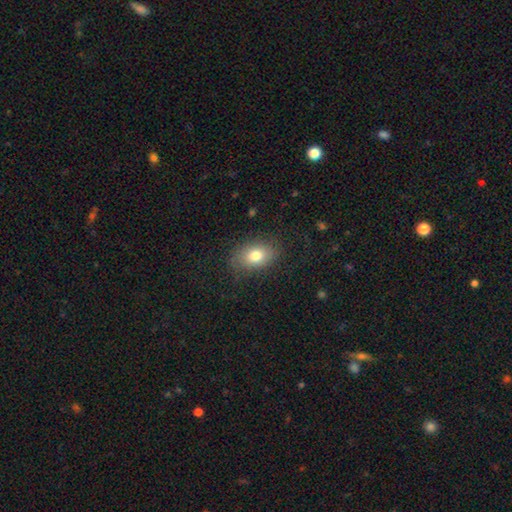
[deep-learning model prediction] Morphology: type=smooth (77%); roundness=in between (82%); merging=none (80%).